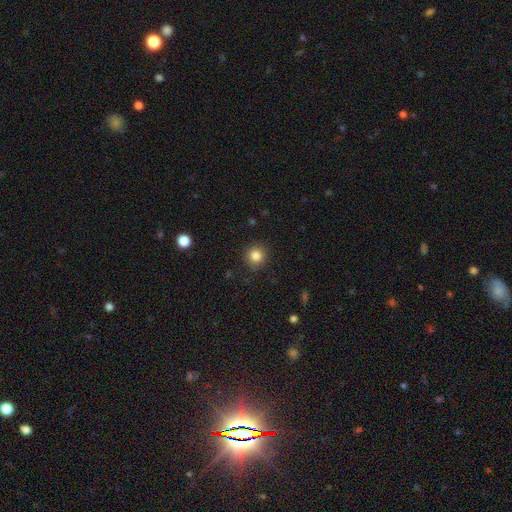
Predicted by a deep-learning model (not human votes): A smooth galaxy with no disk features (85%) that is round (94%). Merging: none (90%).